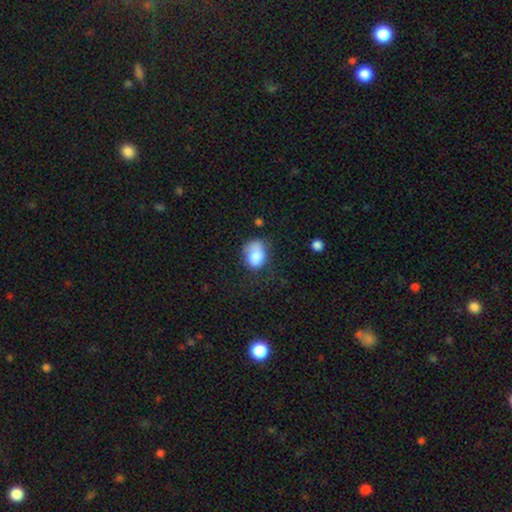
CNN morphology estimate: smooth-or-featured: smooth: 80% | featured or disk: 12% | star or artifact: 8%
  how-rounded: in between: 62% | round: 37% | cigar-shaped: 1%
  merging: none: 44% | minor disturbance: 34% | major disturbance: 18% | merger: 4%